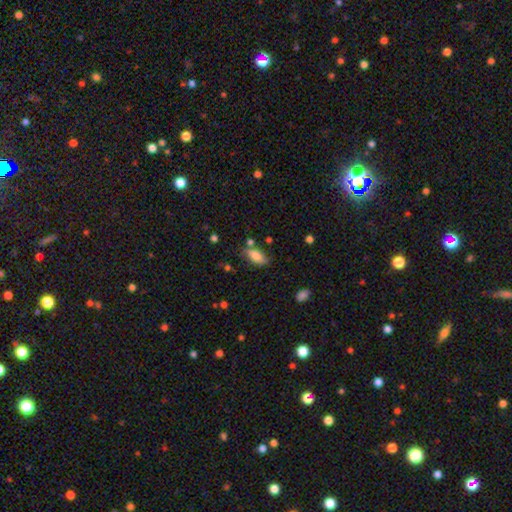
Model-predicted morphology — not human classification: Overall: smooth (79%). How rounded: in between (88%). Merging: none (67%).